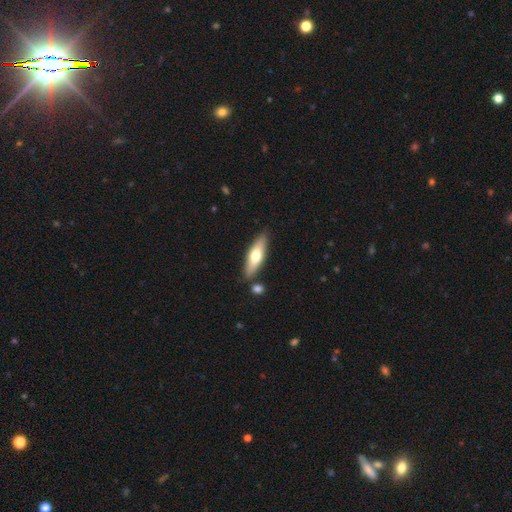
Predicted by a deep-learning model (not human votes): smooth-or-featured: smooth: 58% | featured or disk: 37% | star or artifact: 5%
  how-rounded: cigar-shaped: 57% | in between: 41% | round: 2%
  merging: none: 82% | minor disturbance: 10% | merger: 6% | major disturbance: 2%